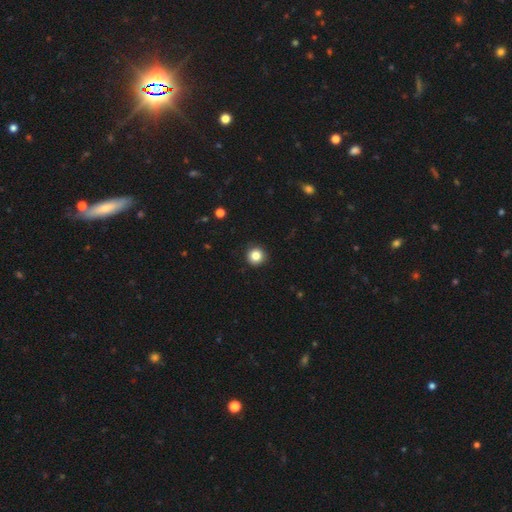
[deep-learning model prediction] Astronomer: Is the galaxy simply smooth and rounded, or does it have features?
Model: smooth — 83%.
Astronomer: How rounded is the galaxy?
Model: round — 96%.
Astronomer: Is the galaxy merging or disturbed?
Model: none — 93%.